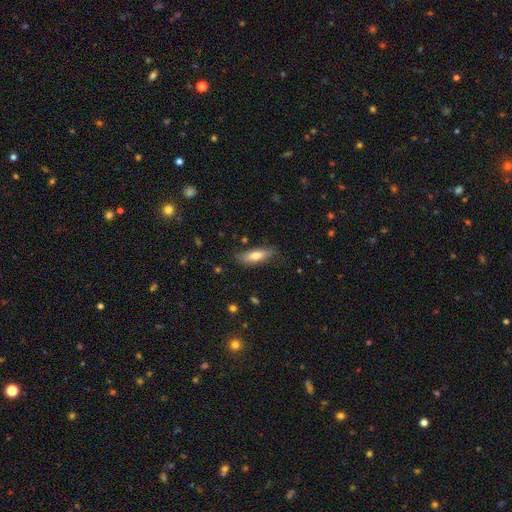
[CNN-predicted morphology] Smooth or featured? Predicted: smooth (p=0.72). How rounded? Predicted: in between (p=0.51). Merging? Predicted: none (p=0.79).